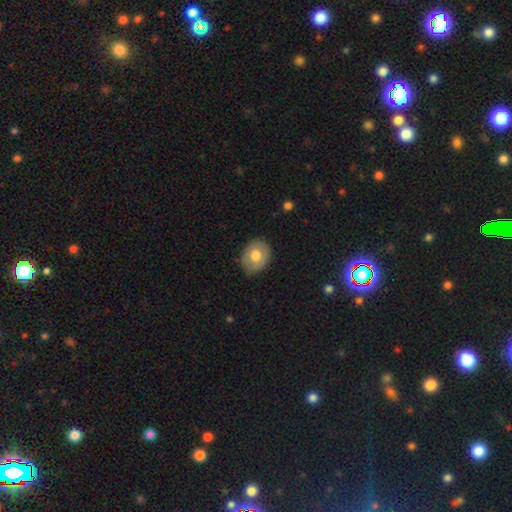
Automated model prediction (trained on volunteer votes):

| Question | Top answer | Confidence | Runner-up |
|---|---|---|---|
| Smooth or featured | smooth | 68% | featured or disk (25%) |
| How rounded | in between | 63% | round (36%) |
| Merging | none | 84% | minor disturbance (12%) |